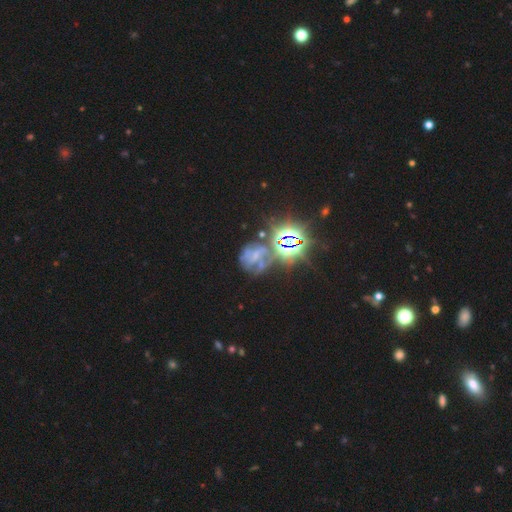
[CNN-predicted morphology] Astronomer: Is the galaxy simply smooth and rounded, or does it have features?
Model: star or artifact — 42% (runner-up: featured or disk, 40%).